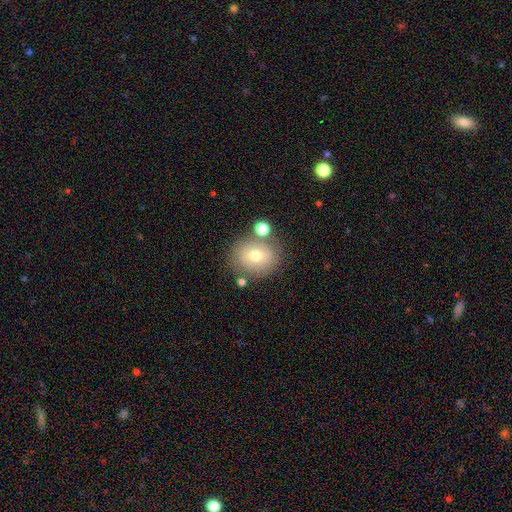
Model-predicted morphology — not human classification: Smooth or featured?
  - smooth: 64% *
  - featured or disk: 26%
  - star or artifact: 10%
How rounded?
  - round: 67% *
  - in between: 32%
  - cigar-shaped: 1%
Merging?
  - none: 69% *
  - minor disturbance: 14%
  - merger: 11%
  - major disturbance: 5%